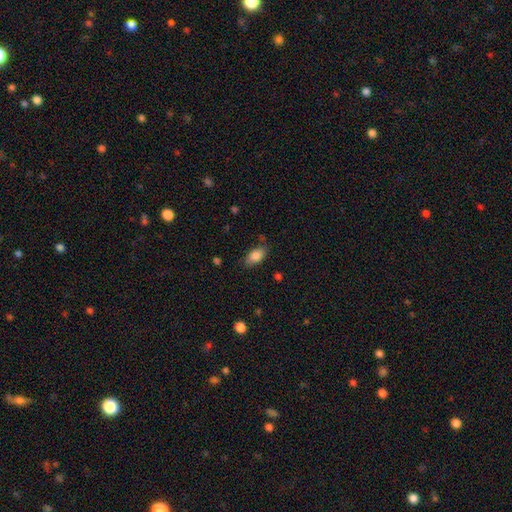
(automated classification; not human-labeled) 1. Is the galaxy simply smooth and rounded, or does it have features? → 85% smooth, 8% featured or disk, 8% star or artifact.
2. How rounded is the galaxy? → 91% in between, 5% round, 4% cigar-shaped.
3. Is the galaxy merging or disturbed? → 78% none, 16% minor disturbance, 4% major disturbance, 2% merger.